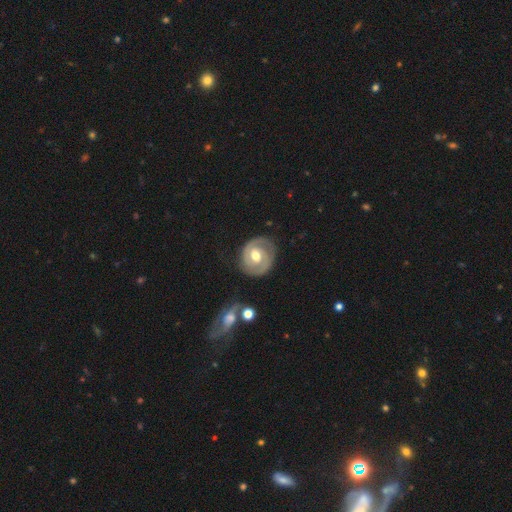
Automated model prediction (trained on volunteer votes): This is likely a featured or disk galaxy (74%). It is clearly not viewed edge-on (97%). Bar: possibly no (50%). Spiral arm pattern: clearly yes (82%). Spiral arm count: likely 2 (72%). Spiral winding: likely tight (60%). Central bulge: likely moderate (75%). Merging: likely none (76%).